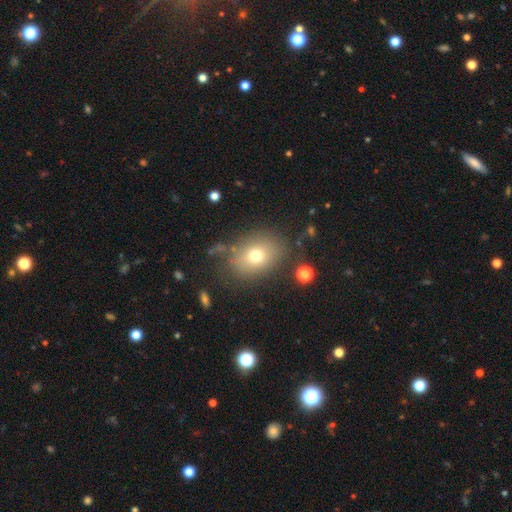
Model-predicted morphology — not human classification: This is likely a smooth galaxy (71%). How rounded: likely in between (62%). Merging: likely none (76%).